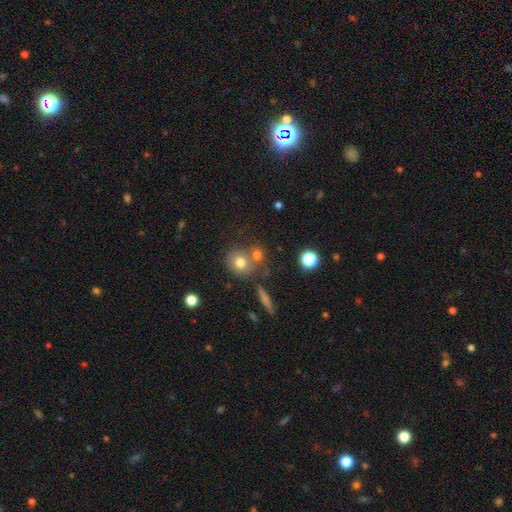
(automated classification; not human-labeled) Morphology: type=smooth (65%); roundness=round (83%); merging=none (58%).